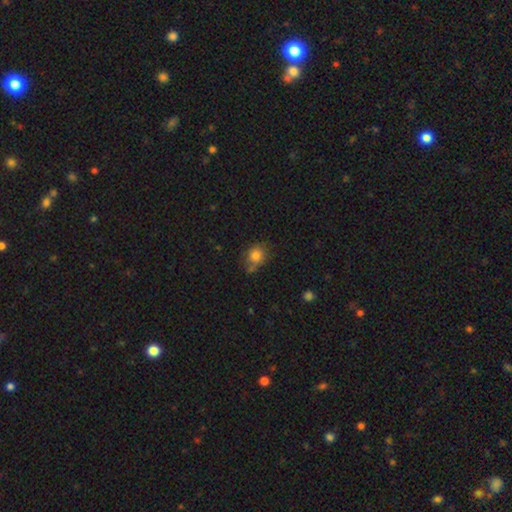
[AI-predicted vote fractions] Smooth or featured? Predicted: smooth (p=0.80). How rounded? Predicted: round (p=0.58). Merging? Predicted: none (p=0.59).